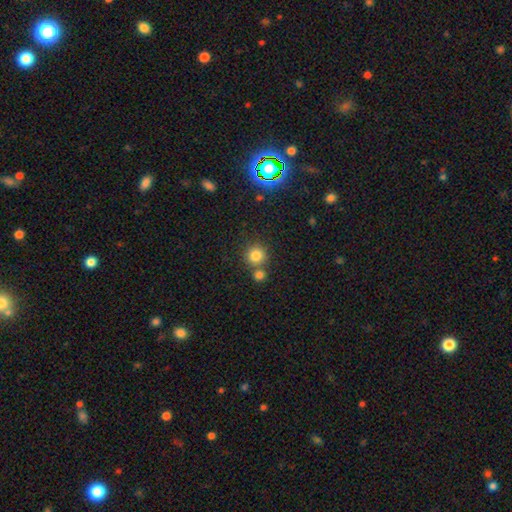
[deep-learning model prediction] Smooth or featured: smooth — 81% (star or artifact — 13%)
How rounded: round — 92% (in between — 7%)
Merging: none — 66% (merger — 24%)